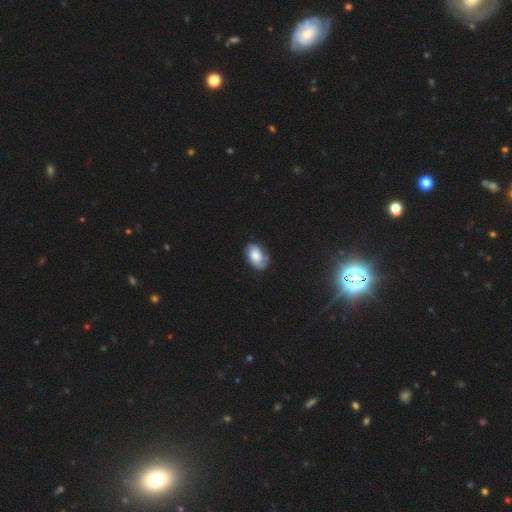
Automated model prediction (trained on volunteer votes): A smooth galaxy with no disk features (47%).

Vote fractions:
- Smooth or featured? smooth: 47% / featured or disk: 45% / star or artifact: 8%
- Merging? none: 67% / minor disturbance: 23% / major disturbance: 8% / merger: 2%